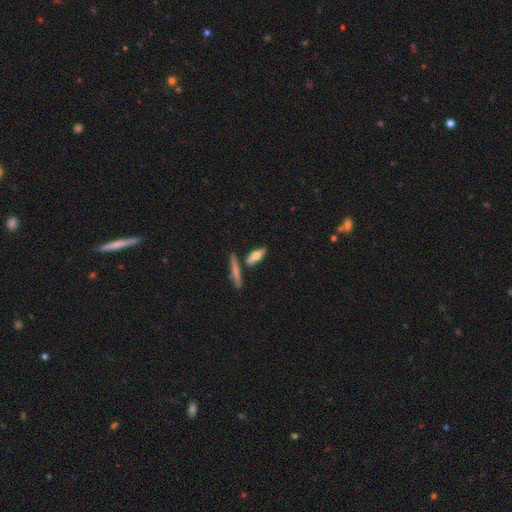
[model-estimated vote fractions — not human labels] Smooth or featured?
  - smooth: 56% *
  - featured or disk: 37%
  - star or artifact: 7%
How rounded?
  - cigar-shaped: 54% *
  - in between: 42%
  - round: 4%
Merging?
  - none: 72% *
  - minor disturbance: 12%
  - merger: 12%
  - major disturbance: 4%